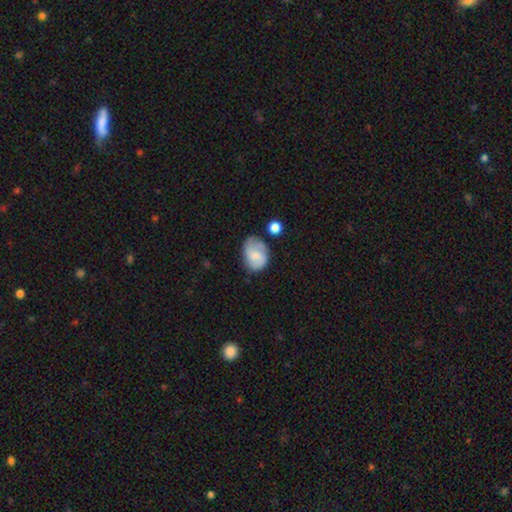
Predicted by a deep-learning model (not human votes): Overall: smooth (58%; featured or disk 34%). How rounded: in between (71%). Merging: none (52%; minor disturbance 30%).